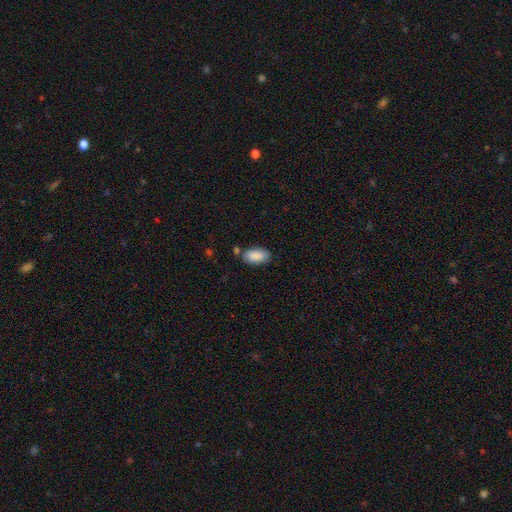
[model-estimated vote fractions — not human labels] This is clearly a smooth galaxy (89%). How rounded: clearly in between (94%). Merging: likely none (73%).